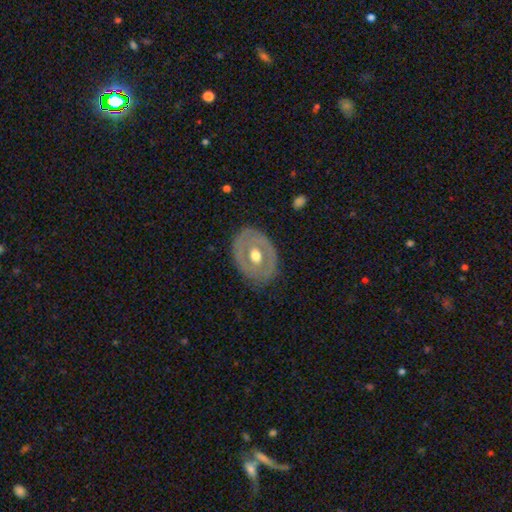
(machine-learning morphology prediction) Smooth or featured?
  - featured or disk: 61% *
  - smooth: 34%
  - star or artifact: 5%
Edge-on disk?
  - no: 93% *
  - yes: 7%
Bar?
  - no: 79% *
  - weak: 16%
  - strong: 5%
Spiral arms?
  - no: 82% *
  - yes: 18%
Bulge size?
  - moderate: 74% *
  - large: 17%
  - small: 6%
  - dominant: 1%
  - none: 1%
Merging?
  - none: 77% *
  - minor disturbance: 16%
  - major disturbance: 6%
  - merger: 1%